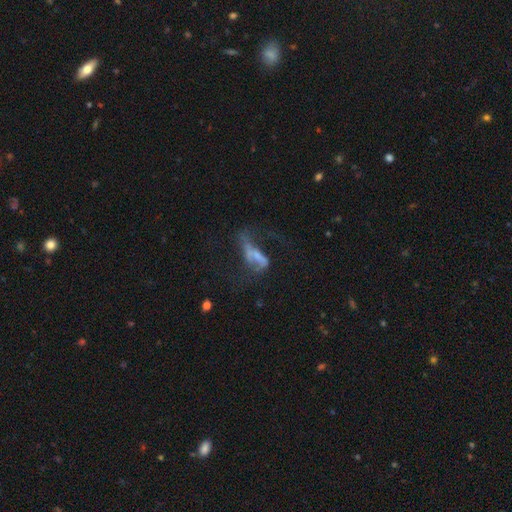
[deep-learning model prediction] smooth_or_featured: featured or disk (p=0.51) [alt: smooth p=0.32]
disk_edge_on: no (p=0.83) [alt: yes p=0.17]
merging: major disturbance (p=0.55) [alt: none p=0.22]